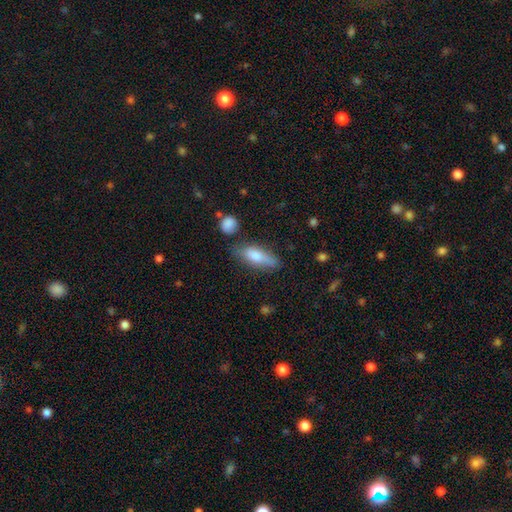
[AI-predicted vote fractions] A smooth galaxy with no disk features (72%) that is in between round and cigar-shaped (59%). Merging: none (65%).